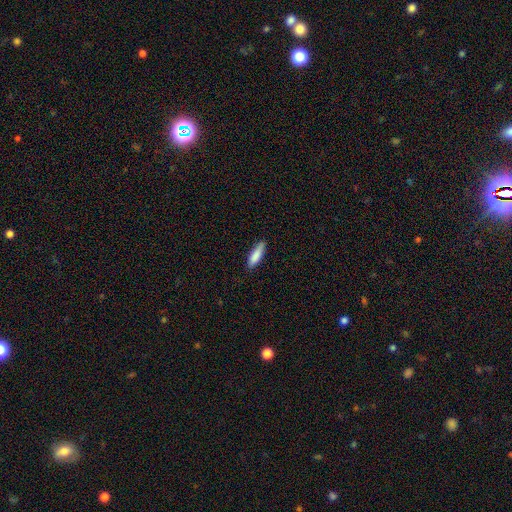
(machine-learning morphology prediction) This is clearly a smooth galaxy (84%). How rounded: likely cigar-shaped (64%). Merging: clearly none (82%).